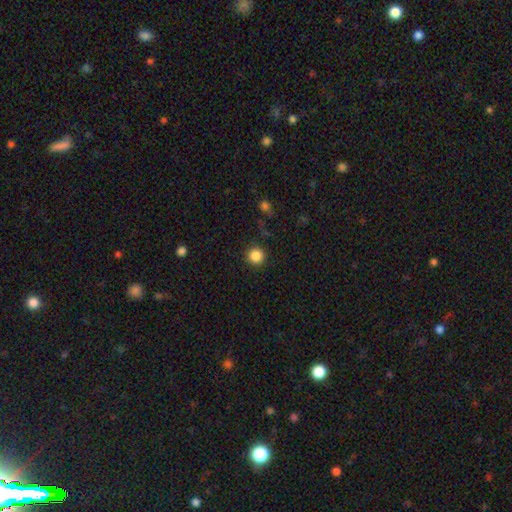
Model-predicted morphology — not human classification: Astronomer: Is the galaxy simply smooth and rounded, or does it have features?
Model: smooth — 86%.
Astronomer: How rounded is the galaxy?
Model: round — 95%.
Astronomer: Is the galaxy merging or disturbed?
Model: none — 91%.